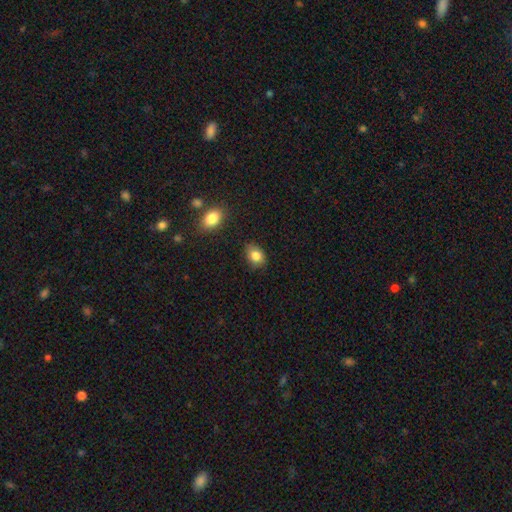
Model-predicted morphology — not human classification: Overall: smooth (84%). How rounded: in between (65%; round 34%). Merging: none (79%).